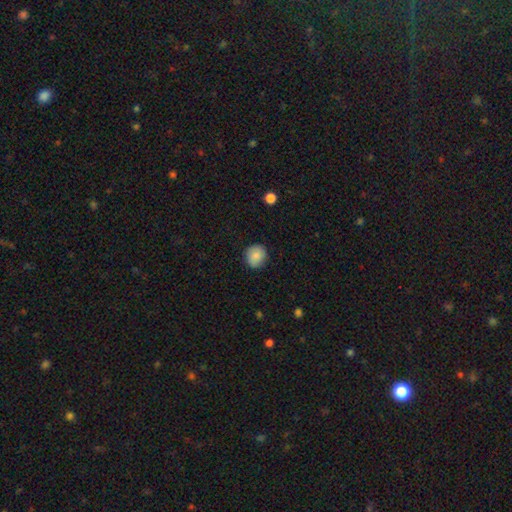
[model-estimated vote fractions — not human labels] This appears to be a smooth galaxy with no disk features (83%) that is round (87%). Merging: none (85%).